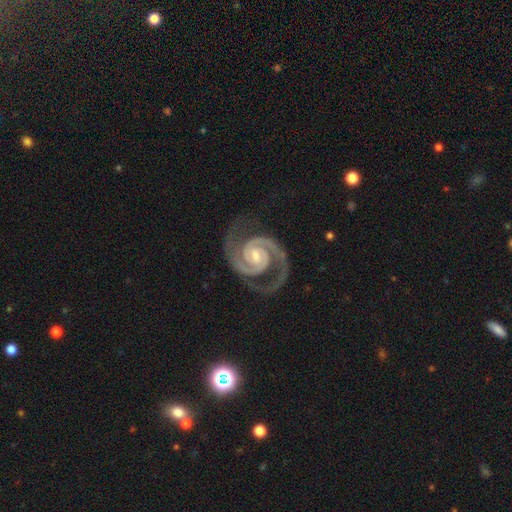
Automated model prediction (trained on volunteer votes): Q: Smooth or featured?
A: featured or disk (94%); runner-up: star or artifact (3%)
Q: Edge-on disk?
A: no (98%); runner-up: yes (2%)
Q: Bar?
A: weak (44%); runner-up: no (39%)
Q: Spiral arms?
A: yes (99%); runner-up: no (1%)
Q: Spiral winding?
A: tight (56%); runner-up: medium (40%)
Q: Spiral arm count?
A: 2 (93%); runner-up: 3 (2%)
Q: Bulge size?
A: moderate (46%); tied with: small (46%)
Q: Merging?
A: none (79%); runner-up: minor disturbance (14%)